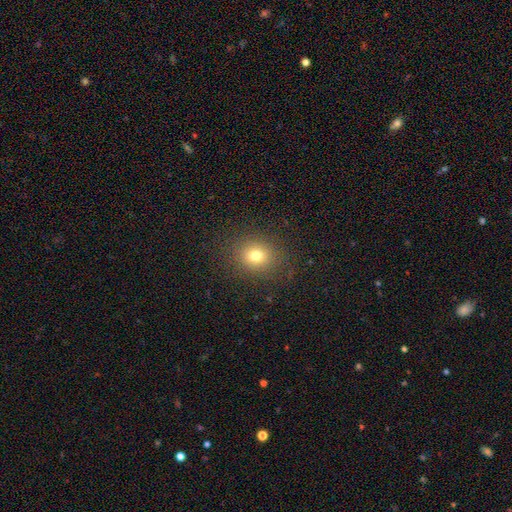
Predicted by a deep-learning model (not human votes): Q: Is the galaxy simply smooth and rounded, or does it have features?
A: smooth — 74%.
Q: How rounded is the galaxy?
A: round — 74%.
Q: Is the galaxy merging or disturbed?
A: none — 85%.